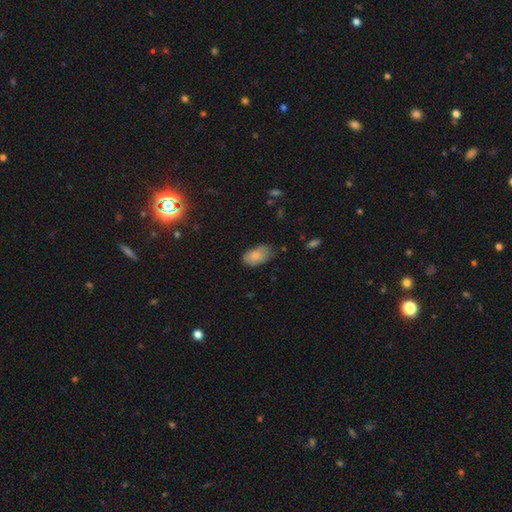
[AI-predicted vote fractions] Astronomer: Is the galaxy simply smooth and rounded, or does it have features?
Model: smooth — 83%.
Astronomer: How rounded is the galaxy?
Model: in between — 93%.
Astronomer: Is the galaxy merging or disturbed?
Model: none — 64%.